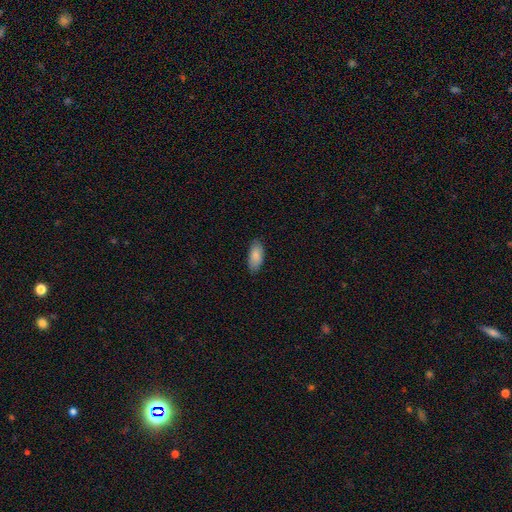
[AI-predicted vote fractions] This appears to be a smooth galaxy with no disk features (87%) that is in between round and cigar-shaped (89%). Merging: none (83%).